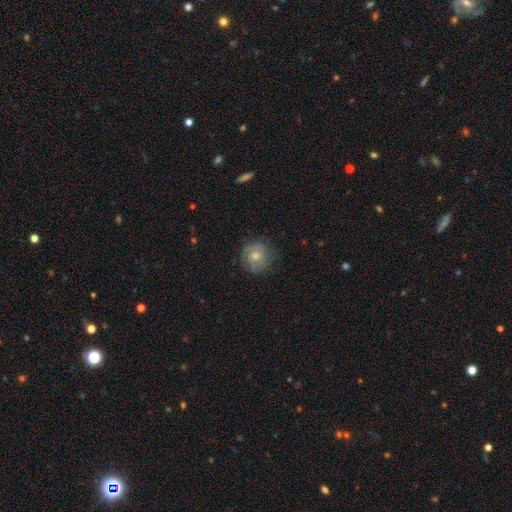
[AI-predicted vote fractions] Smooth or featured?
  - smooth: 49% *
  - featured or disk: 43%
  - star or artifact: 8%
Merging?
  - none: 75% *
  - minor disturbance: 18%
  - major disturbance: 6%
  - merger: 1%